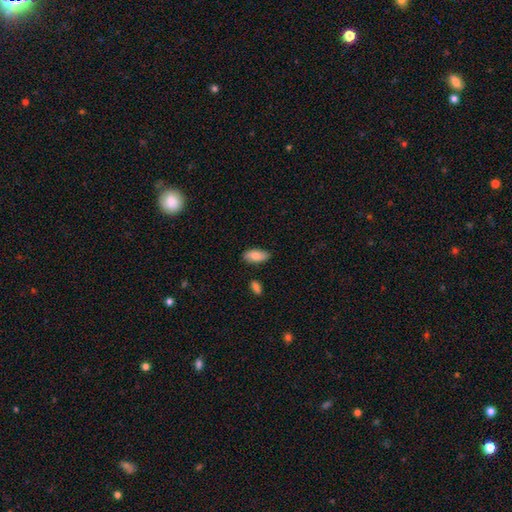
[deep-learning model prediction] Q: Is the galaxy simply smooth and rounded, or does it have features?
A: smooth — 80%.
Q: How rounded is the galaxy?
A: in between — 90%.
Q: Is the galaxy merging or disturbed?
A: none — 80%.